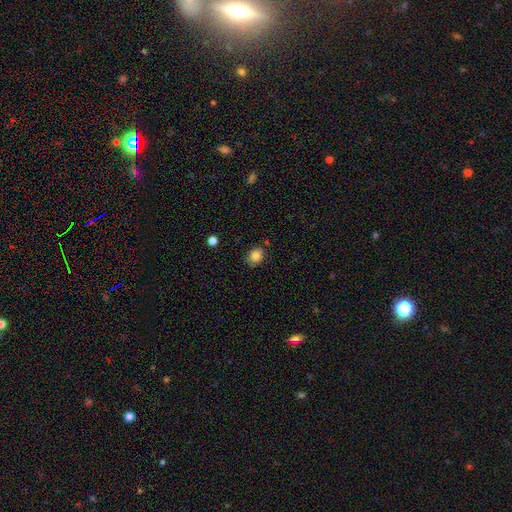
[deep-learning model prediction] Overall: smooth (84%). How rounded: round (50%; in between 49%). Merging: none (79%).